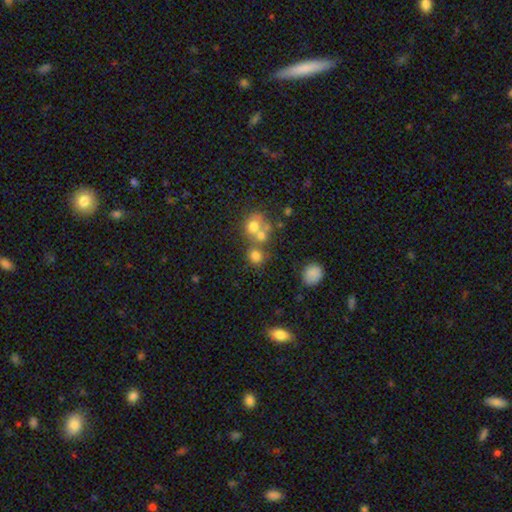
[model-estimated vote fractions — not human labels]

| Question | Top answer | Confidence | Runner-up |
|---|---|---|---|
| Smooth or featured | smooth | 72% | star or artifact (15%) |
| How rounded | round | 78% | in between (21%) |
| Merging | none | 50% | merger (35%) |